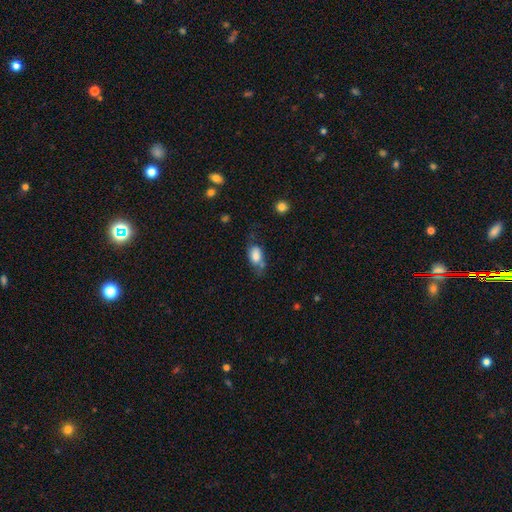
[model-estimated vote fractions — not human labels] Smooth or featured: smooth — 75% (featured or disk — 17%)
How rounded: in between — 87% (round — 10%)
Merging: none — 46% (minor disturbance — 28%)